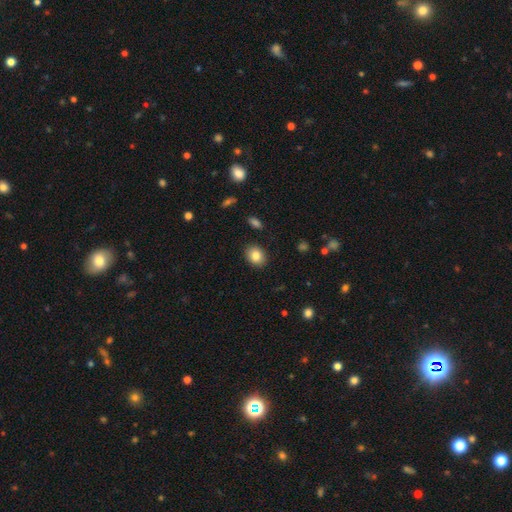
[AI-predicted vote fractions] Smooth or featured: smooth — 84% (star or artifact — 9%)
How rounded: in between — 55% (round — 44%)
Merging: none — 89% (minor disturbance — 8%)